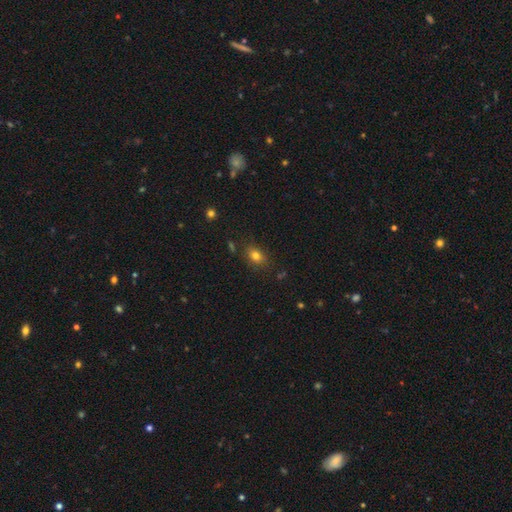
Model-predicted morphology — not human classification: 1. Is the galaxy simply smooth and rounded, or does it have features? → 79% smooth, 13% star or artifact, 8% featured or disk.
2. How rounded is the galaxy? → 67% in between, 31% round, 2% cigar-shaped.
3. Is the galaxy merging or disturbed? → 81% none, 13% minor disturbance, 3% major disturbance, 3% merger.